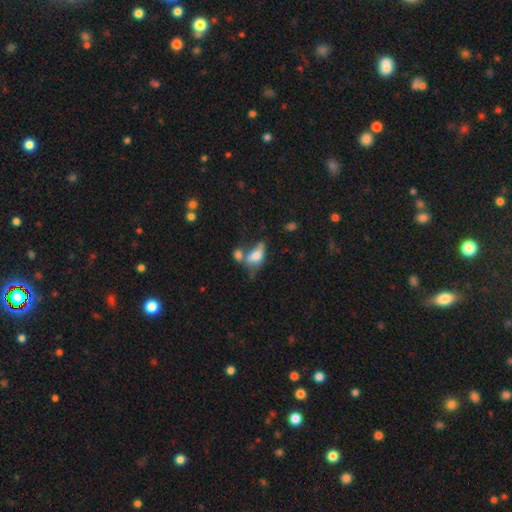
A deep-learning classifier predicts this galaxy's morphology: Q: Smooth or featured?
A: smooth (57%); runner-up: featured or disk (33%)
Q: How rounded?
A: in between (81%); runner-up: cigar-shaped (12%)
Q: Merging?
A: merger (40%); runner-up: none (26%)